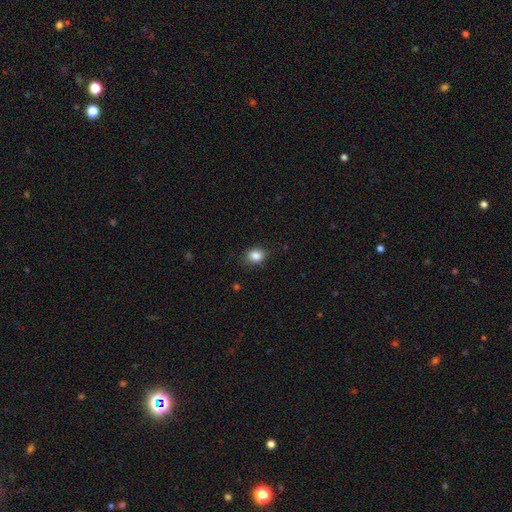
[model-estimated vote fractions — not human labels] Morphology: type=smooth (86%); roundness=round (57%); merging=none (83%).